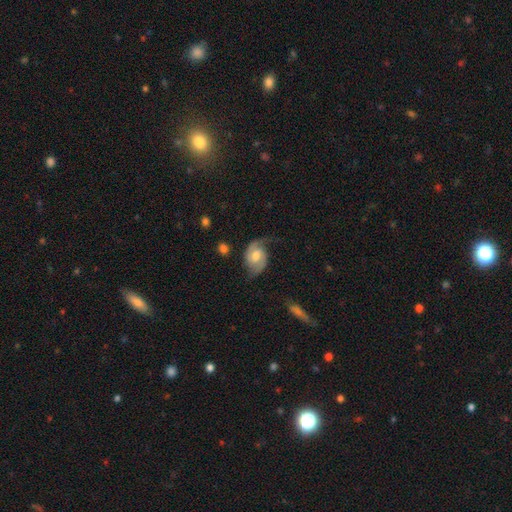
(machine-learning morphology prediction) A featured or disk galaxy (79%) with a weak bar (49%), 2 (88%) medium (46%) spiral arms (95%) and a moderate central bulge (67%).

Vote fractions:
- Smooth or featured? featured or disk: 79% / smooth: 15% / star or artifact: 6%
- Edge-on disk? no: 97% / yes: 3%
- Bar? weak: 49% / no: 40% / strong: 11%
- Spiral arms? yes: 95% / no: 5%
- Spiral winding? medium: 46% / loose: 31% / tight: 22%
- Spiral arm count? 2: 88% / 1: 5% / can't tell: 5% / 3: 1% / 4: 1% / more than 4: 1%
- Bulge size? moderate: 67% / small: 18% / large: 11% / none: 3% / dominant: 1%
- Merging? none: 64% / minor disturbance: 22% / major disturbance: 12% / merger: 2%